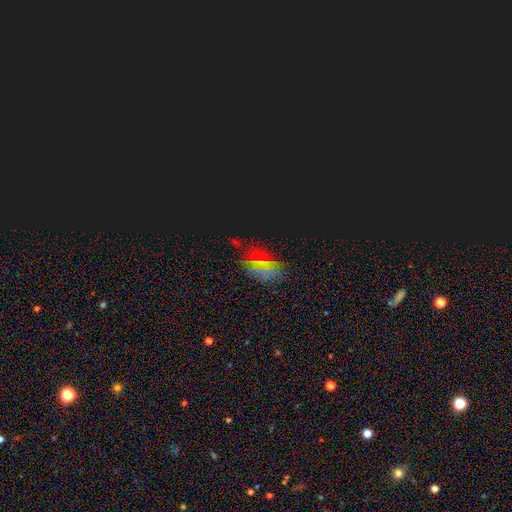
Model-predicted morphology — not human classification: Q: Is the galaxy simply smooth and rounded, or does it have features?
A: star or artifact — 65%.